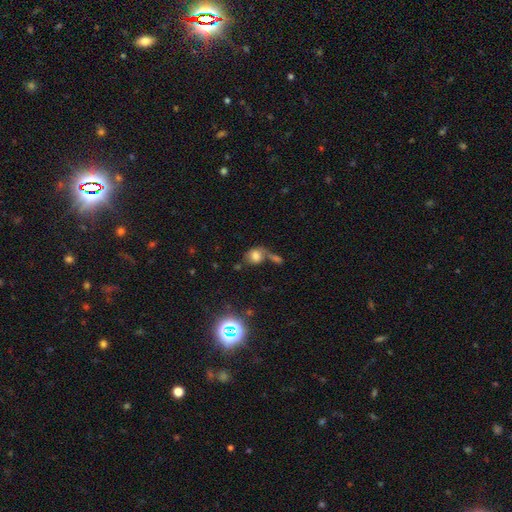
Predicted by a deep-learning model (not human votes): Q: Smooth or featured?
A: smooth (73%); runner-up: star or artifact (14%)
Q: How rounded?
A: round (56%); runner-up: in between (43%)
Q: Merging?
A: merger (38%); runner-up: none (37%)